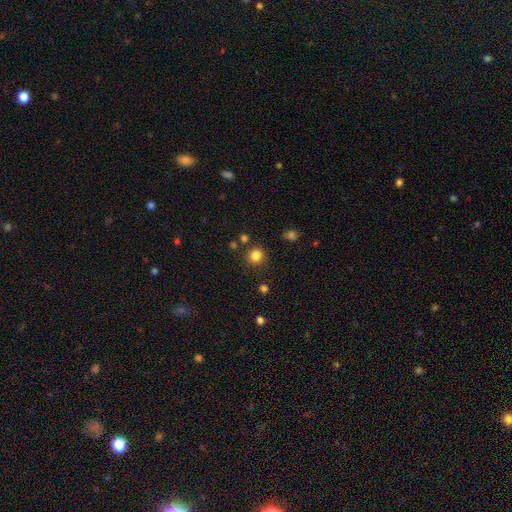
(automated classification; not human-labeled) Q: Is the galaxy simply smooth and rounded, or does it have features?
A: smooth — 83%.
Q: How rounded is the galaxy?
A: round — 90%.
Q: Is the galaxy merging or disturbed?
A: none — 86%.